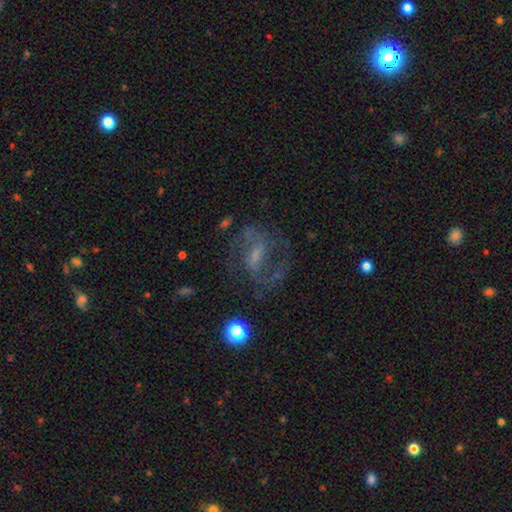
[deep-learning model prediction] Q: Smooth or featured?
A: featured or disk (72%); runner-up: smooth (17%)
Q: Edge-on disk?
A: no (97%); runner-up: yes (3%)
Q: Bar?
A: weak (48%); runner-up: strong (28%)
Q: Spiral arms?
A: yes (82%); runner-up: no (18%)
Q: Spiral winding?
A: medium (54%); runner-up: loose (28%)
Q: Spiral arm count?
A: 2 (77%); runner-up: can't tell (12%)
Q: Bulge size?
A: small (43%); runner-up: moderate (27%)
Q: Merging?
A: none (57%); runner-up: major disturbance (23%)